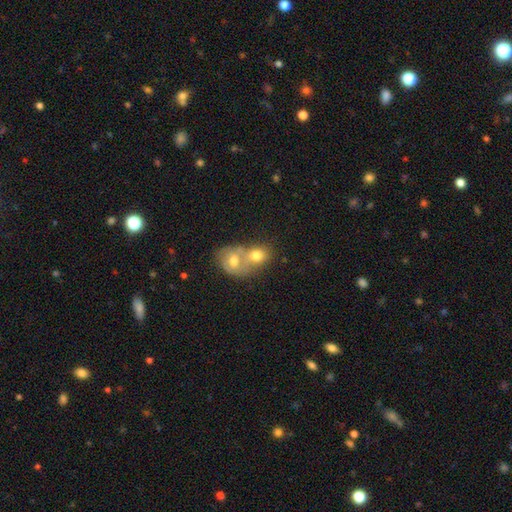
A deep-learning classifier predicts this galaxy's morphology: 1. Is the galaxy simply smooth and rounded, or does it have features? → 65% smooth, 25% featured or disk, 10% star or artifact.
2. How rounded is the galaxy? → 57% round, 42% in between, 1% cigar-shaped.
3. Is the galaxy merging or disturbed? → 70% merger, 21% none, 6% minor disturbance, 3% major disturbance.